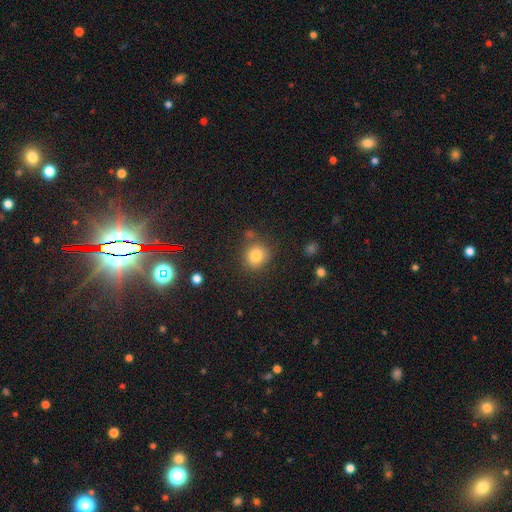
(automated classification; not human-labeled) Morphology: type=smooth (82%); roundness=round (84%); merging=none (76%).